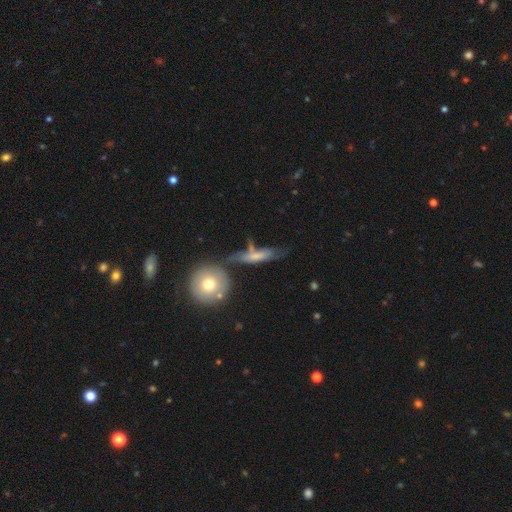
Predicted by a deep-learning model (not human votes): This is possibly a smooth galaxy (53%). How rounded: likely cigar-shaped (63%). Merging: marginally none (43%).